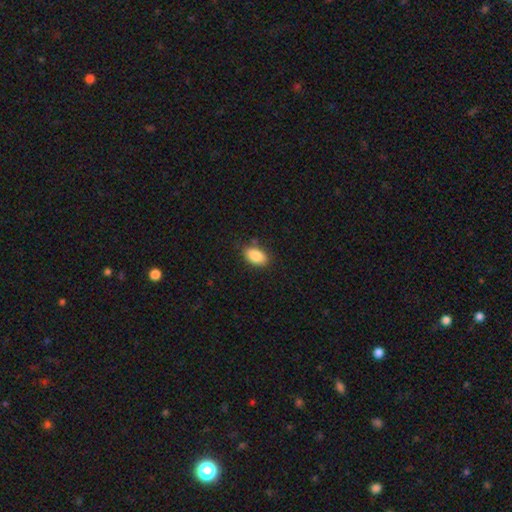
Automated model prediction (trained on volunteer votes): A smooth galaxy with no disk features (87%) that is in between round and cigar-shaped (91%).

Vote fractions:
- Smooth or featured? smooth: 87% / star or artifact: 7% / featured or disk: 6%
- How rounded? in between: 91% / round: 7% / cigar-shaped: 2%
- Merging? none: 82% / minor disturbance: 13% / major disturbance: 3% / merger: 2%